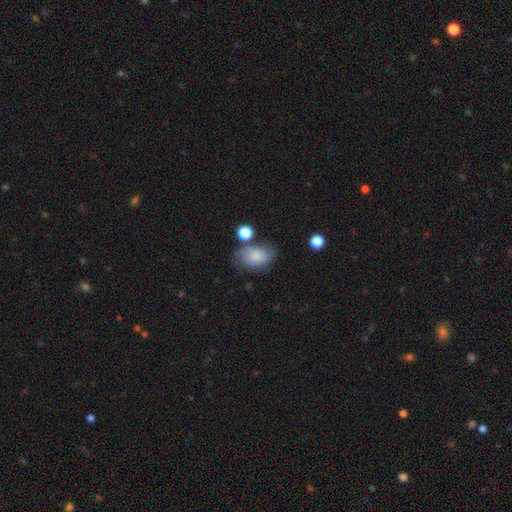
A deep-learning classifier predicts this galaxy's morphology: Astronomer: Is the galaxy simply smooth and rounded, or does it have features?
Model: smooth — 77%.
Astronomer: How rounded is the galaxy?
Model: in between — 86%.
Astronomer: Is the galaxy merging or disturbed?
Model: none — 59%.